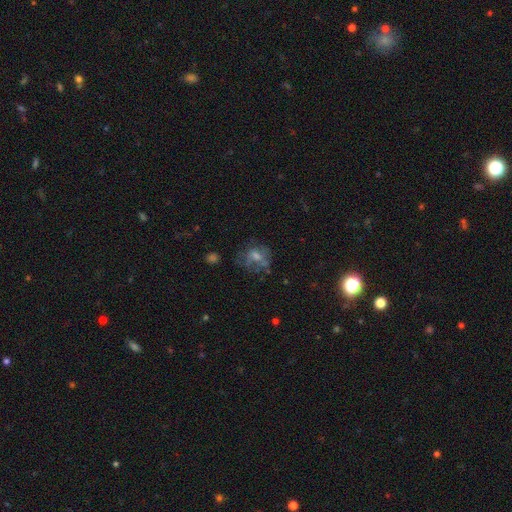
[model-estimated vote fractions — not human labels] This is marginally a featured or disk galaxy (42%). Merging: possibly none (52%).